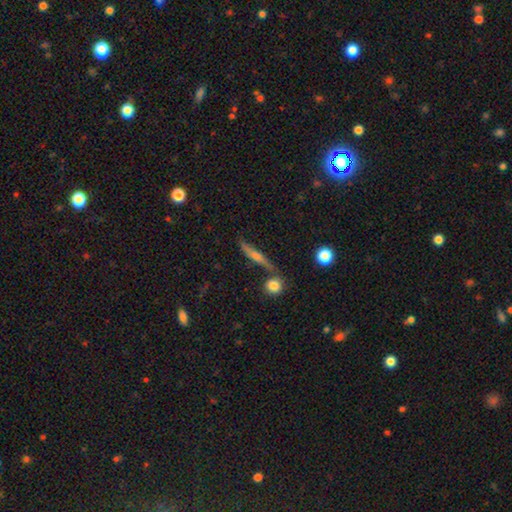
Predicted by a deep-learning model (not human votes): Smooth or featured?
  - featured or disk: 56% *
  - smooth: 34%
  - star or artifact: 10%
Edge-on disk?
  - yes: 87% *
  - no: 13%
Merging?
  - none: 71% *
  - minor disturbance: 15%
  - merger: 10%
  - major disturbance: 5%